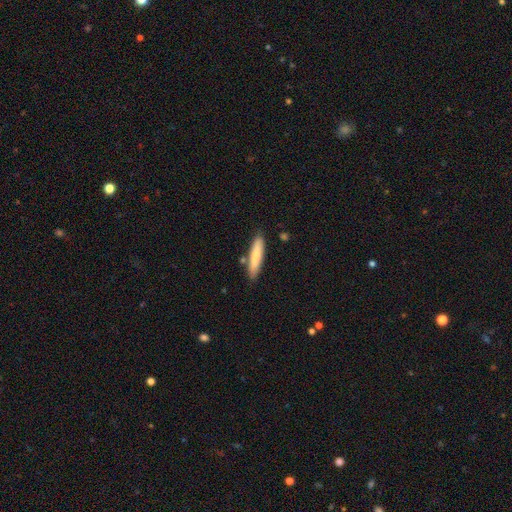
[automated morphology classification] Q: Smooth or featured?
A: smooth (77%); runner-up: featured or disk (18%)
Q: How rounded?
A: cigar-shaped (85%); runner-up: in between (14%)
Q: Merging?
A: none (80%); runner-up: minor disturbance (13%)